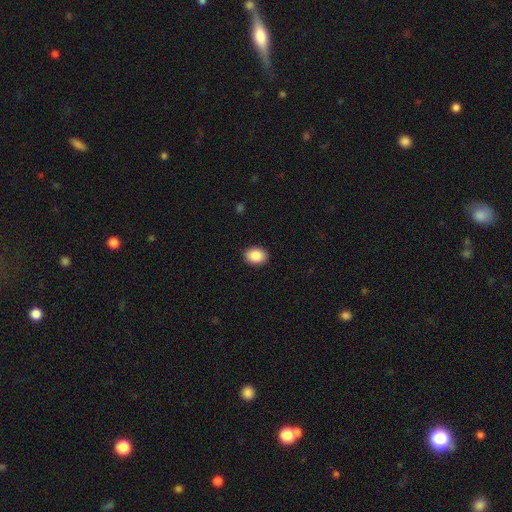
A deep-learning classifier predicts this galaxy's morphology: This is clearly a smooth galaxy (89%). How rounded: likely in between (65%). Merging: clearly none (90%).